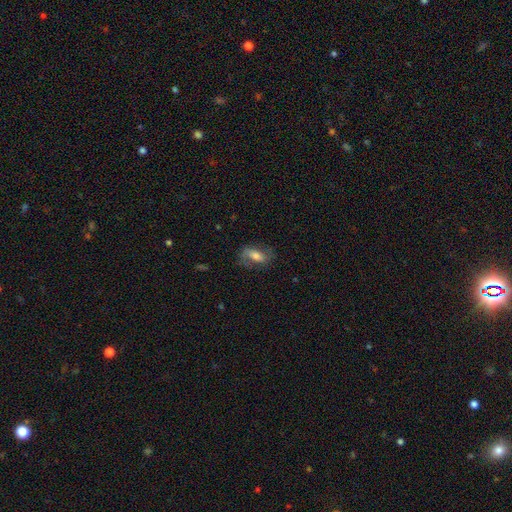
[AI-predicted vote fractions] Overall: smooth (47%; featured or disk 44%). Merging: none (68%).